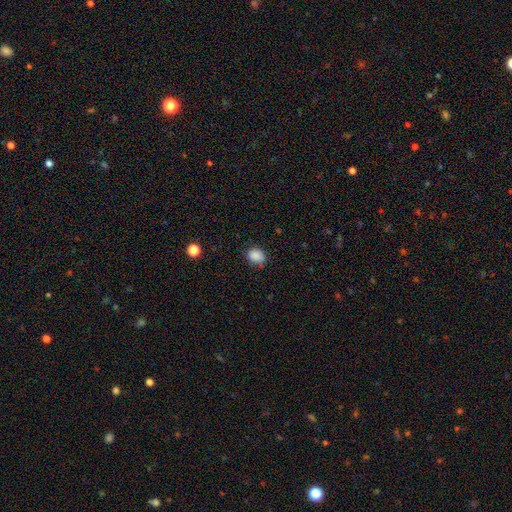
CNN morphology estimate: Q: Smooth or featured?
A: smooth (86%); runner-up: star or artifact (10%)
Q: How rounded?
A: round (53%); runner-up: in between (46%)
Q: Merging?
A: none (73%); runner-up: minor disturbance (20%)